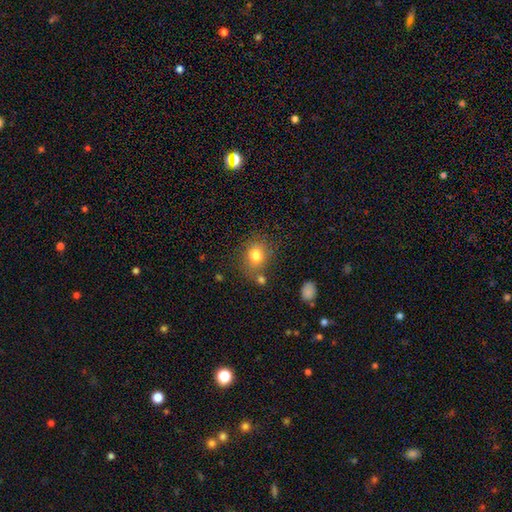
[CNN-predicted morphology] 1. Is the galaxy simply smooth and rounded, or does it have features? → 79% smooth, 12% star or artifact, 9% featured or disk.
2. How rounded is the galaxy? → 65% round, 34% in between, 1% cigar-shaped.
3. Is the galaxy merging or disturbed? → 72% none, 14% minor disturbance, 9% merger, 5% major disturbance.